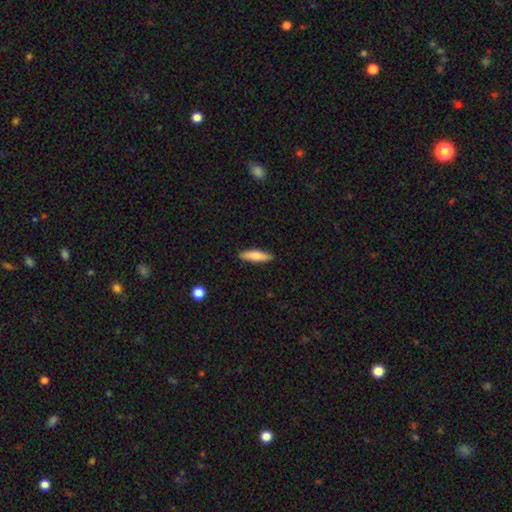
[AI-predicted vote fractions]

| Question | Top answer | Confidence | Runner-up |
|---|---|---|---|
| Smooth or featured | smooth | 74% | featured or disk (20%) |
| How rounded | cigar-shaped | 71% | in between (27%) |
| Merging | none | 89% | minor disturbance (8%) |